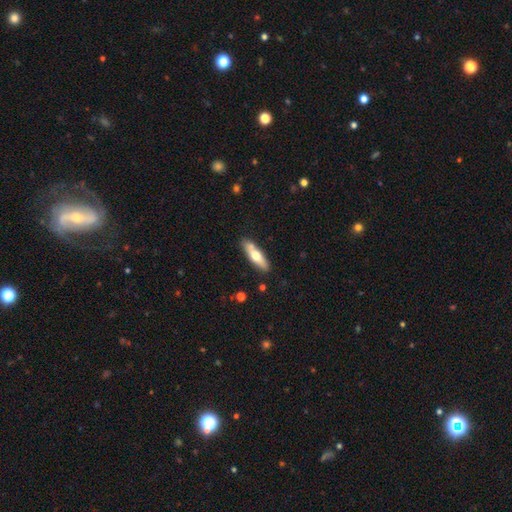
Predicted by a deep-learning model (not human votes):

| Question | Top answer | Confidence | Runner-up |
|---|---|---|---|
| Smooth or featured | smooth | 57% | featured or disk (37%) |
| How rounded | cigar-shaped | 57% | in between (41%) |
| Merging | none | 81% | minor disturbance (12%) |